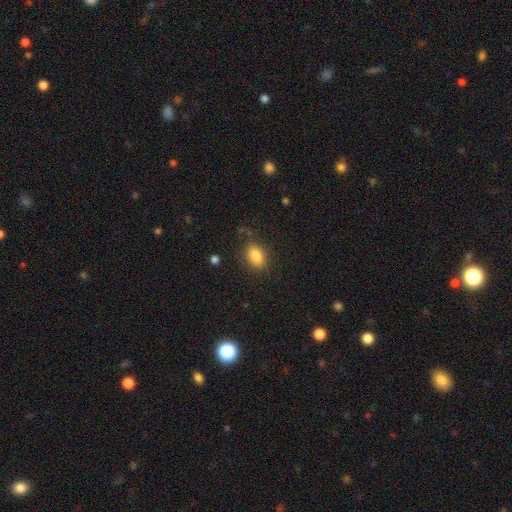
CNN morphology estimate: A smooth galaxy with no disk features (86%) that is in between round and cigar-shaped (86%).

Vote fractions:
- Smooth or featured? smooth: 86% / star or artifact: 9% / featured or disk: 5%
- How rounded? in between: 86% / round: 12% / cigar-shaped: 2%
- Merging? none: 84% / minor disturbance: 11% / major disturbance: 4% / merger: 2%